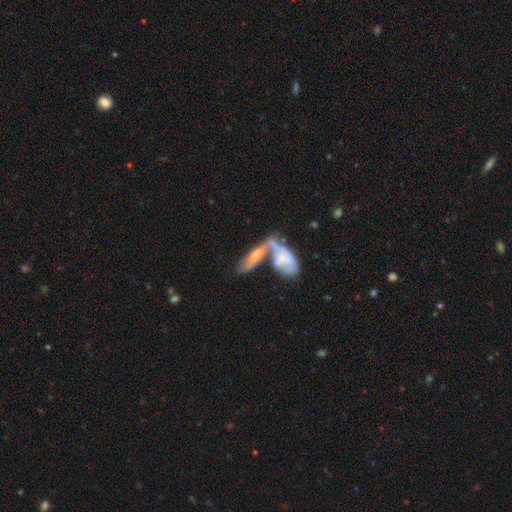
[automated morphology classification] Smooth or featured: featured or disk — 52% (smooth — 41%)
Edge-on disk: no — 68% (yes — 32%)
Merging: merger — 68% (none — 16%)